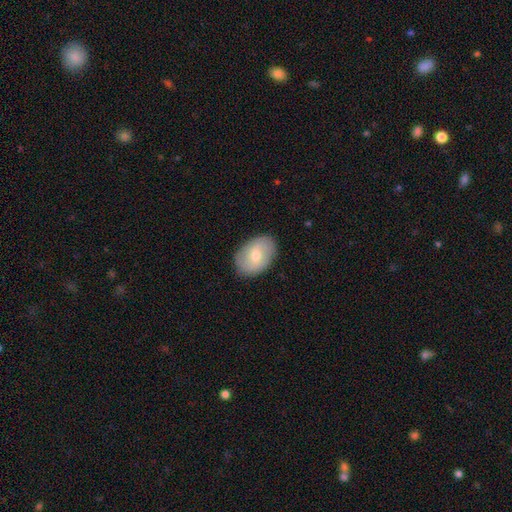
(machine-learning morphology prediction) Smooth or featured? smooth (64%)
How rounded? in between (84%)
Merging? none (86%)